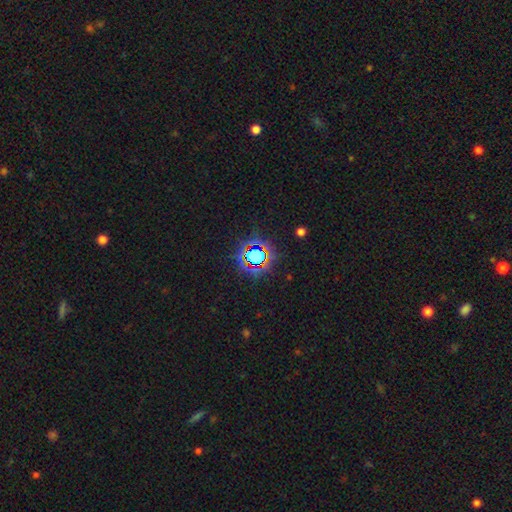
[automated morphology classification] type=star or artifact (71%).